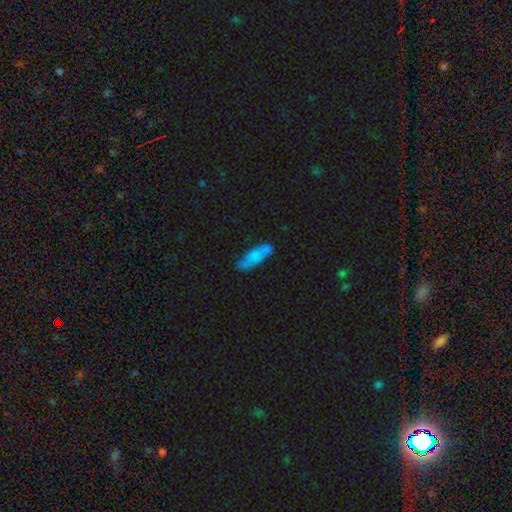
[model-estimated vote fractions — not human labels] Smooth or featured?
  - smooth: 62% *
  - featured or disk: 29%
  - star or artifact: 9%
How rounded?
  - in between: 56% *
  - cigar-shaped: 40%
  - round: 3%
Merging?
  - none: 50% *
  - minor disturbance: 22%
  - merger: 19%
  - major disturbance: 9%